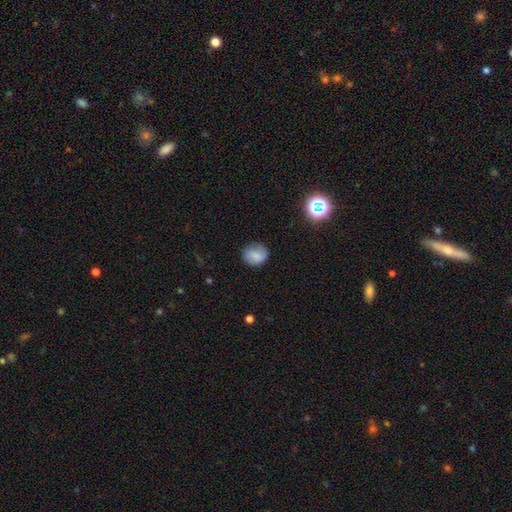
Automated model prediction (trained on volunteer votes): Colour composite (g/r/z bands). It shows a smooth galaxy with no disk features (79%) that is round (70%). Merging: none (76%).